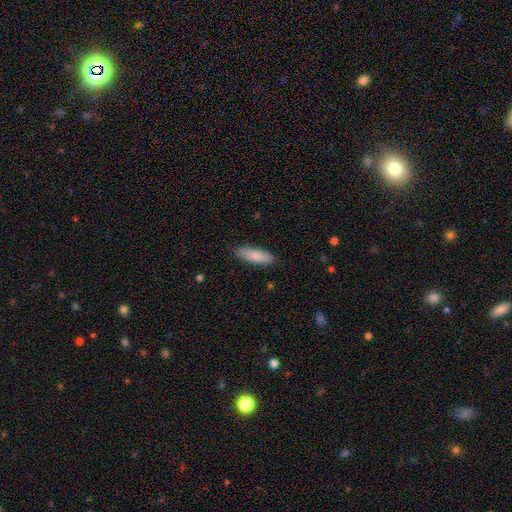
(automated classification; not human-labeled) Smooth or featured? Predicted: smooth (p=0.84). How rounded? Predicted: cigar-shaped (p=0.49, tied with in between). Merging? Predicted: none (p=0.86).